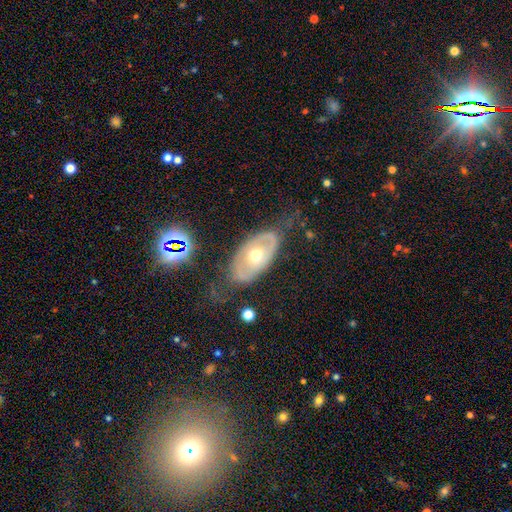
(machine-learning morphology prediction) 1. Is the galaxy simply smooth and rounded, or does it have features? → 63% featured or disk, 29% smooth, 8% star or artifact.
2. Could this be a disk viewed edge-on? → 89% no, 11% yes.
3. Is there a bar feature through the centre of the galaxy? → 85% no, 11% weak, 5% strong.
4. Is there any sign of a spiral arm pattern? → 69% no, 31% yes.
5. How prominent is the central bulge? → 70% moderate, 23% small, 5% large, 1% dominant, 1% none.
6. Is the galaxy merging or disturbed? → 60% none, 23% minor disturbance, 15% major disturbance, 3% merger.